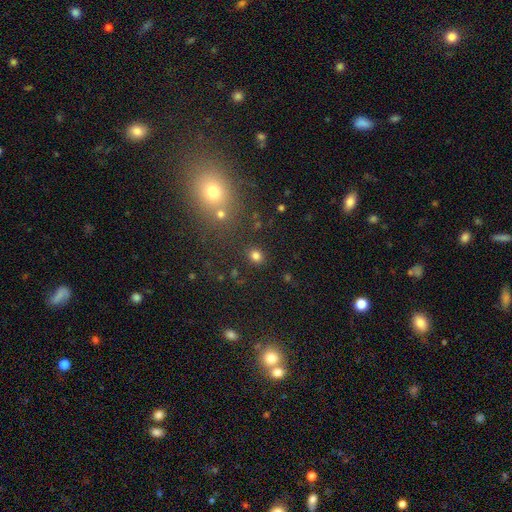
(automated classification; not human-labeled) Morphology: type=smooth (80%); roundness=round (67%); merging=none (86%).